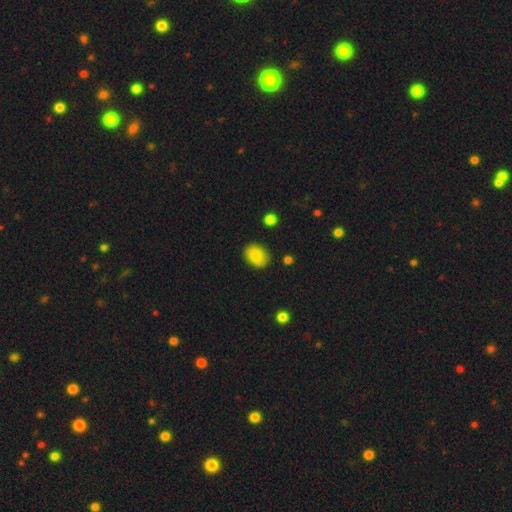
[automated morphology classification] Smooth or featured: smooth — 84% (star or artifact — 8%)
How rounded: in between — 63% (round — 35%)
Merging: none — 79% (minor disturbance — 16%)